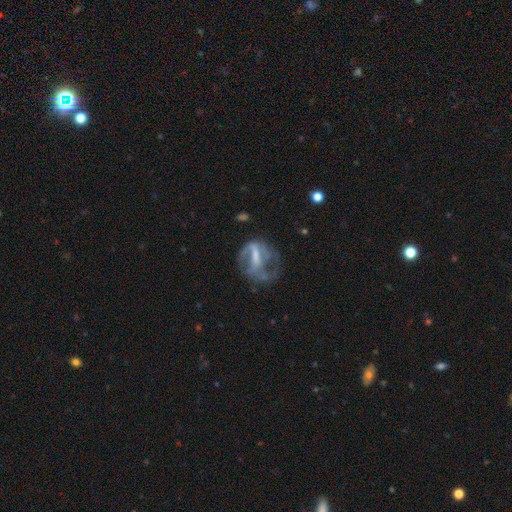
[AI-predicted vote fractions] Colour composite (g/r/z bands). It shows a featured or disk galaxy (63%) with a weak bar (36%), no spiral arms (59%) and no central bulge (37%). Merging: major disturbance (40%).